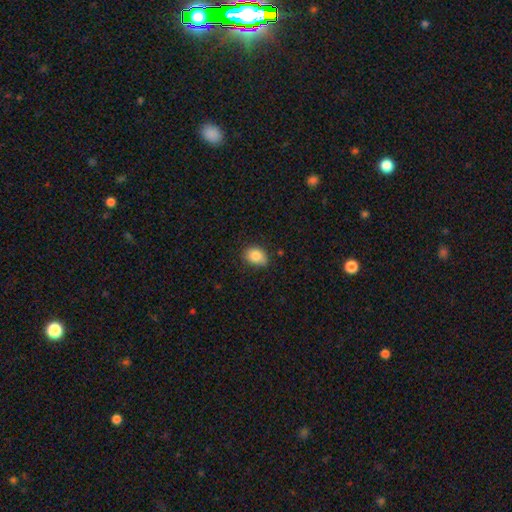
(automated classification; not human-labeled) Smooth or featured?
  - smooth: 84% *
  - star or artifact: 9%
  - featured or disk: 7%
How rounded?
  - in between: 66% *
  - round: 33%
  - cigar-shaped: 1%
Merging?
  - none: 68% *
  - minor disturbance: 26%
  - major disturbance: 4%
  - merger: 2%